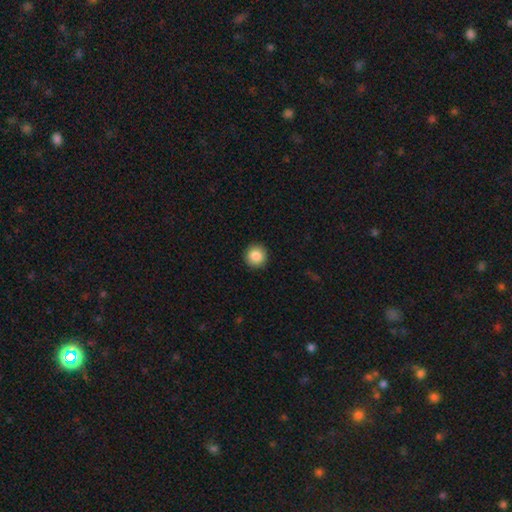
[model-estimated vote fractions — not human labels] The model was most divided on "smooth or featured": smooth: 87%, star or artifact: 8%, featured or disk: 5%. More confident: how rounded — round (94%); merging — none (92%).